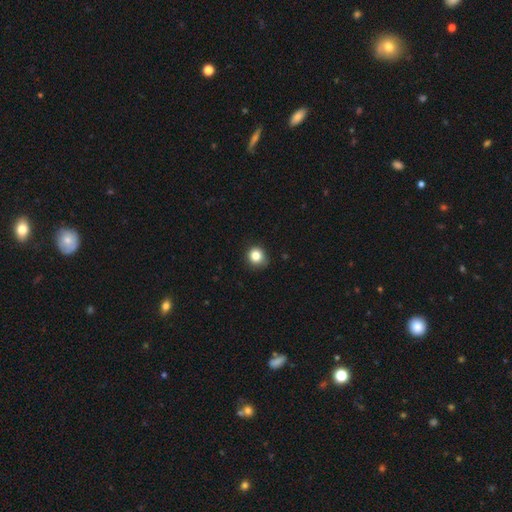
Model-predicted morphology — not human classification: A smooth galaxy with no disk features (84%) that is round (86%).

Vote fractions:
- Smooth or featured? smooth: 84% / star or artifact: 11% / featured or disk: 5%
- How rounded? round: 86% / in between: 14% / cigar-shaped: 1%
- Merging? none: 81% / minor disturbance: 15% / major disturbance: 3% / merger: 1%